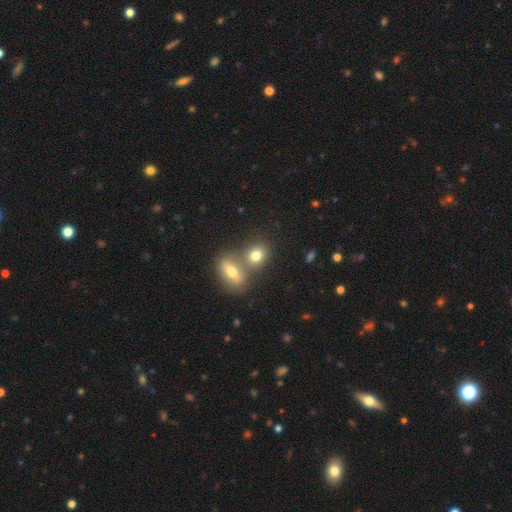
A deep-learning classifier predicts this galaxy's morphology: Smooth or featured? smooth (77%)
How rounded? in between (51%)
Merging? none (45%)